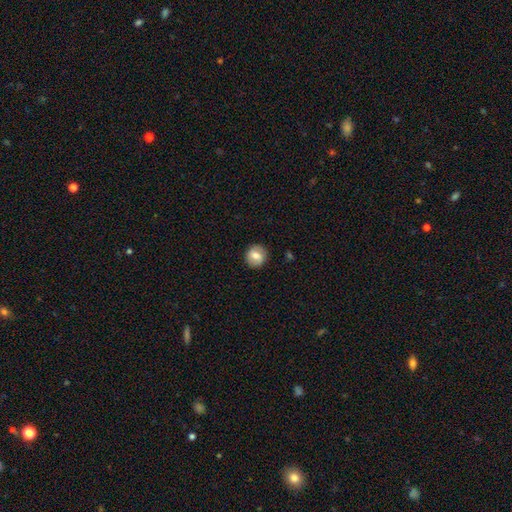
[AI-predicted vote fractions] The model was most divided on "smooth or featured": smooth: 71%, featured or disk: 21%, star or artifact: 8%. More confident: how rounded — round (89%); merging — none (88%).